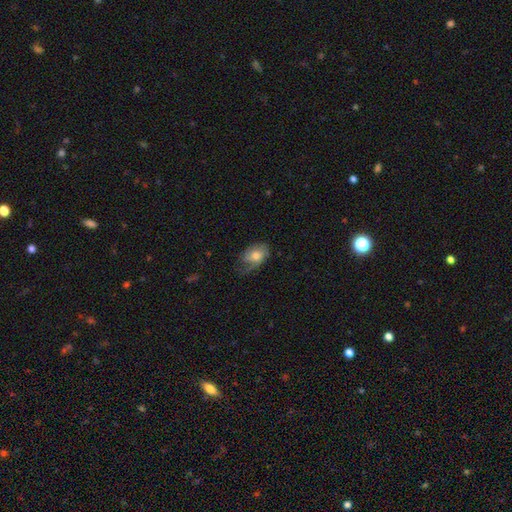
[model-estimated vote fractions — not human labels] This is possibly a smooth galaxy (57%). How rounded: clearly in between (83%). Merging: possibly none (45%).